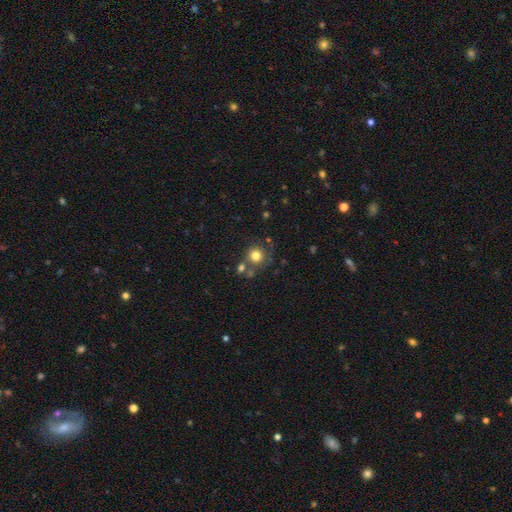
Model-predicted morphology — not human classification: Q: Smooth or featured?
A: smooth (76%); runner-up: featured or disk (12%)
Q: How rounded?
A: round (90%); runner-up: in between (9%)
Q: Merging?
A: none (61%); runner-up: merger (20%)